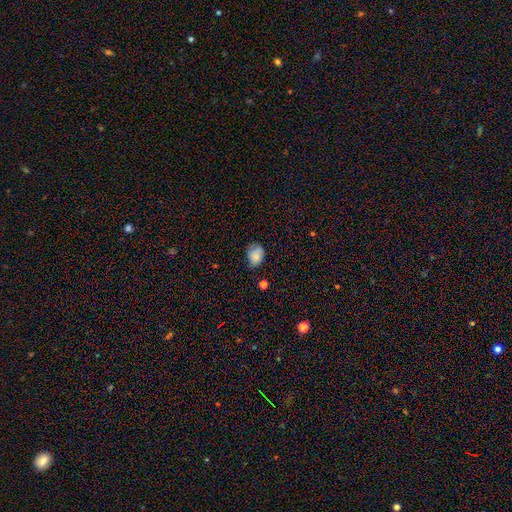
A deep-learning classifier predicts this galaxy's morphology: Smooth or featured? Predicted: smooth (p=0.78). How rounded? Predicted: in between (p=0.61). Merging? Predicted: none (p=0.66).